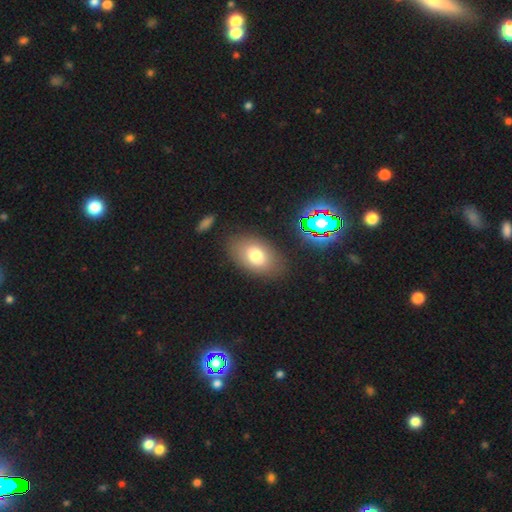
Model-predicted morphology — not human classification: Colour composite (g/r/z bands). It shows a smooth galaxy with no disk features (74%) that is in between round and cigar-shaped (86%). Merging: none (81%).